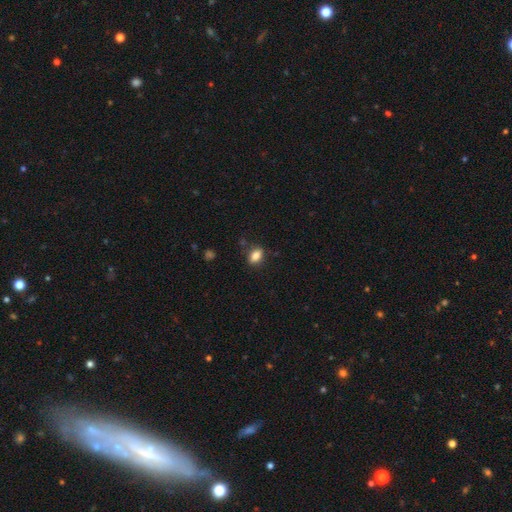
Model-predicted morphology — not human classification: Smooth or featured: smooth — 82% (star or artifact — 9%)
How rounded: in between — 82% (round — 14%)
Merging: none — 80% (minor disturbance — 14%)